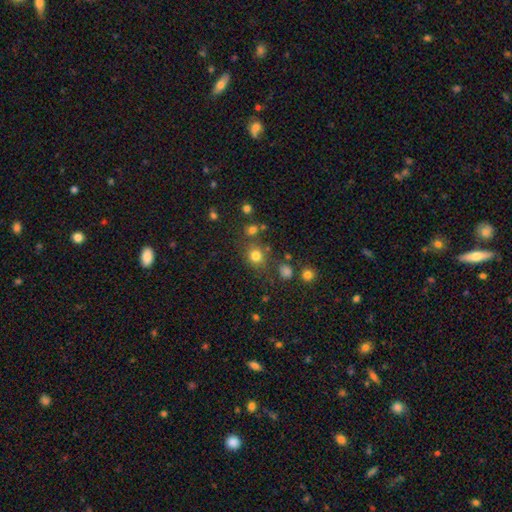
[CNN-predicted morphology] Q: Smooth or featured?
A: smooth (77%); runner-up: star or artifact (16%)
Q: How rounded?
A: round (83%); runner-up: in between (16%)
Q: Merging?
A: none (74%); runner-up: minor disturbance (11%)